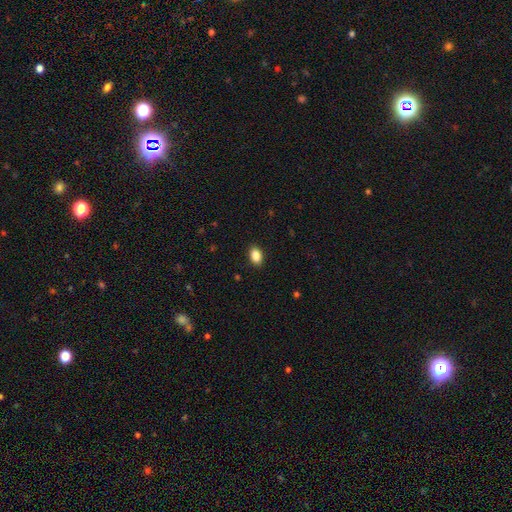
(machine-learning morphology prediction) This appears to be a smooth galaxy with no disk features (87%) that is in between round and cigar-shaped (87%). Merging: none (89%).